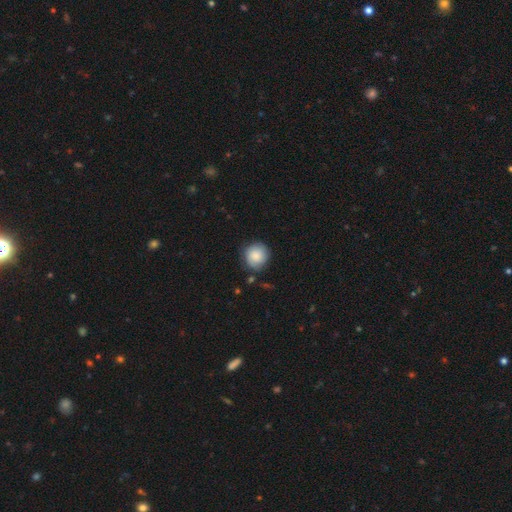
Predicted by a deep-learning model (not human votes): This is clearly a smooth galaxy (84%). How rounded: clearly round (91%). Merging: likely none (79%).